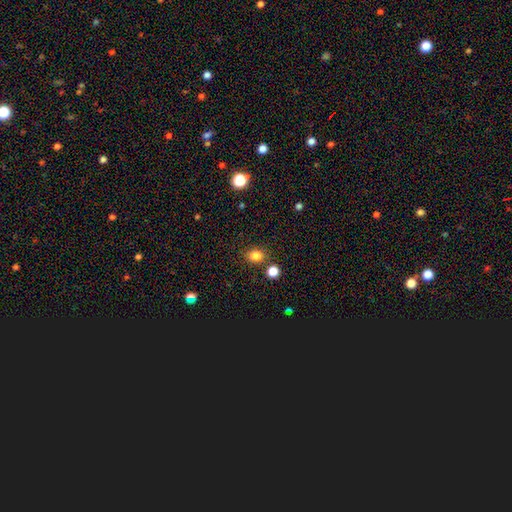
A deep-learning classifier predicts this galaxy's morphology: Smooth or featured? smooth (82%)
How rounded? round (56%)
Merging? none (80%)